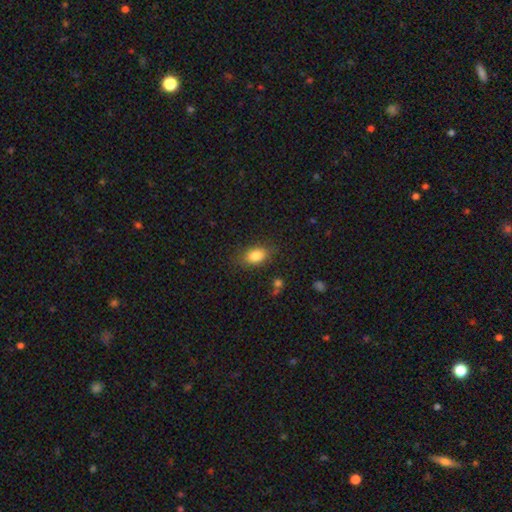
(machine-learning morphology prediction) This appears to be a smooth galaxy with no disk features (84%) that is in between round and cigar-shaped (84%). Merging: none (79%).